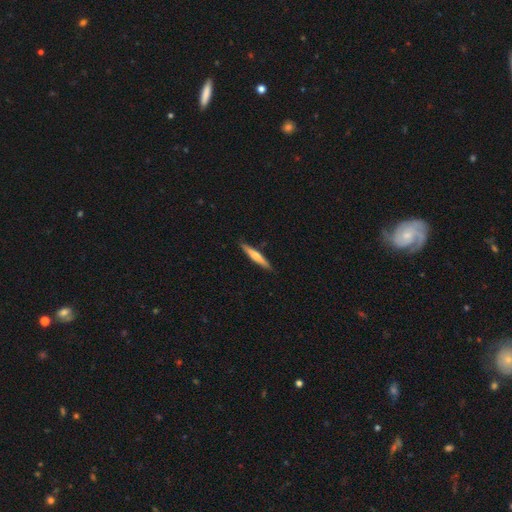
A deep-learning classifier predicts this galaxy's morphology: Smooth or featured? smooth (51%)
How rounded? cigar-shaped (92%)
Merging? none (89%)